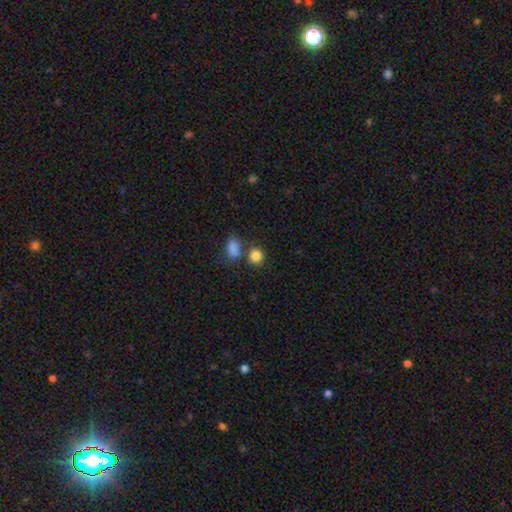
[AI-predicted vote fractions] Smooth or featured: smooth — 84% (star or artifact — 11%)
How rounded: round — 80% (in between — 18%)
Merging: none — 62% (merger — 24%)